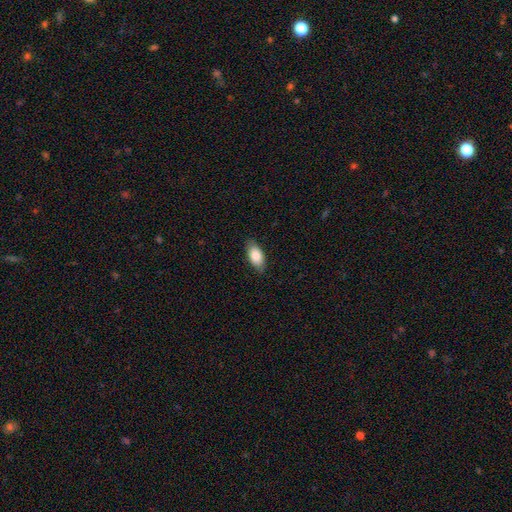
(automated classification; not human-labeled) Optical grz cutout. It shows a smooth galaxy with no disk features (85%) that is in between round and cigar-shaped (92%). Merging: none (84%).